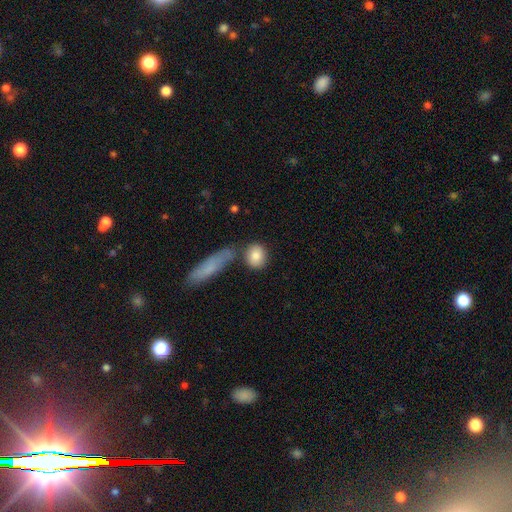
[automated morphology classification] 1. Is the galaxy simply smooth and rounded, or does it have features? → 84% smooth, 10% featured or disk, 7% star or artifact.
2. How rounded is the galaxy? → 68% round, 27% in between, 5% cigar-shaped.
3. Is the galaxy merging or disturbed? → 71% none, 13% merger, 12% minor disturbance, 4% major disturbance.